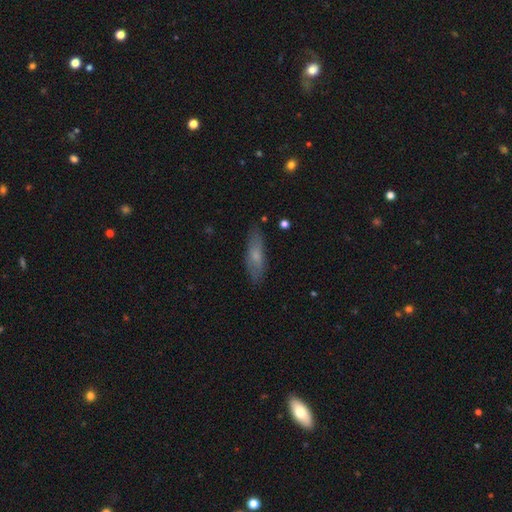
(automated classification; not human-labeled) smooth-or-featured: smooth: 64% | featured or disk: 29% | star or artifact: 7%
  how-rounded: cigar-shaped: 51% | in between: 47% | round: 2%
  merging: none: 81% | minor disturbance: 15% | major disturbance: 3% | merger: 1%